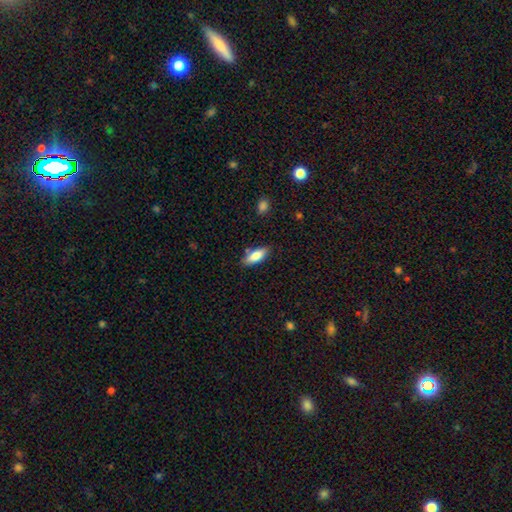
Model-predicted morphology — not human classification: Smooth or featured? smooth (81%)
How rounded? in between (71%)
Merging? none (80%)